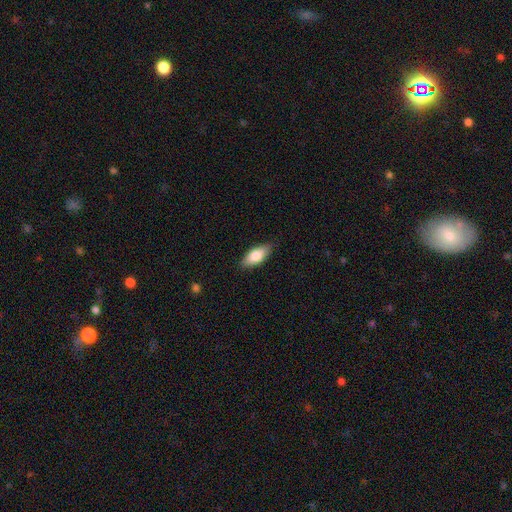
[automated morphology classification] smooth_or_featured: smooth (p=0.76) [alt: featured or disk p=0.18]
how_rounded: in between (p=0.82) [alt: cigar-shaped p=0.16]
merging: none (p=0.84) [alt: minor disturbance p=0.12]